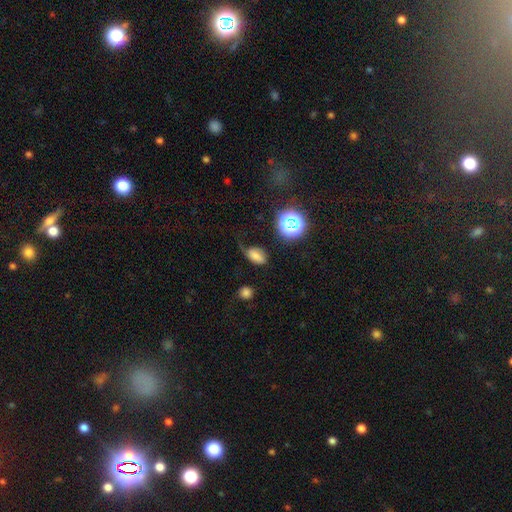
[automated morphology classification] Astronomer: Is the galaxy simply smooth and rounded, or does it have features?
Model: smooth — 61%.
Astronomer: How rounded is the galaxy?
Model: in between — 83%.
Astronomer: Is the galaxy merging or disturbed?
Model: none — 40% (runner-up: minor disturbance, 31%).